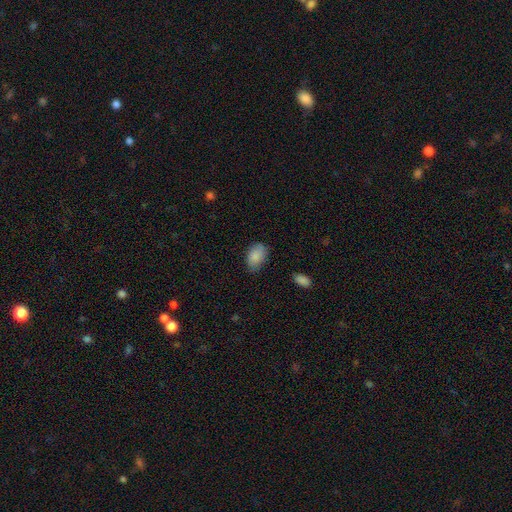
Morphology: type=smooth (86%); roundness=in between (94%); merging=none (74%).